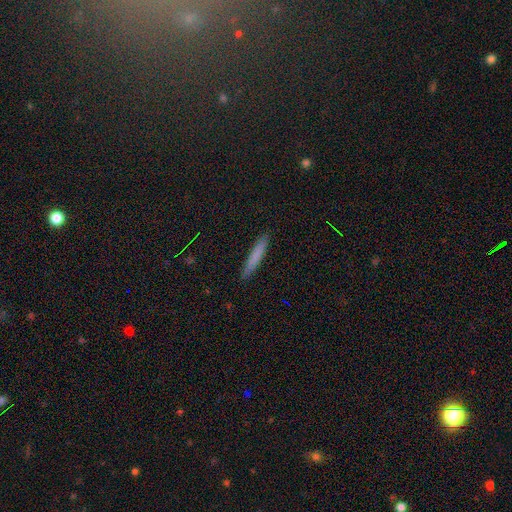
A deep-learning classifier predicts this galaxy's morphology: Q: Smooth or featured?
A: smooth (77%); runner-up: featured or disk (17%)
Q: How rounded?
A: cigar-shaped (95%); runner-up: in between (4%)
Q: Merging?
A: none (89%); runner-up: minor disturbance (8%)